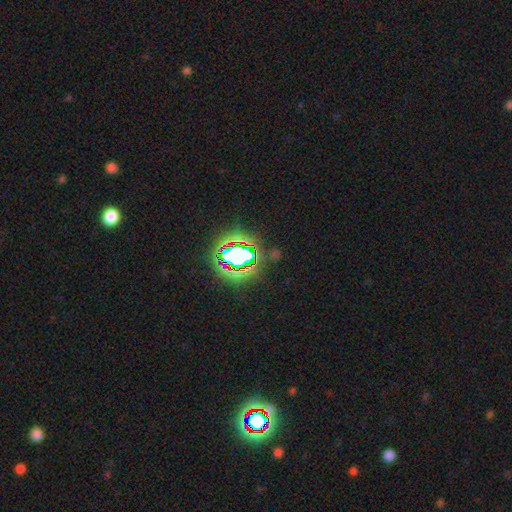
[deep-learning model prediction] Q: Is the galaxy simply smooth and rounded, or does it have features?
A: star or artifact — 82%.